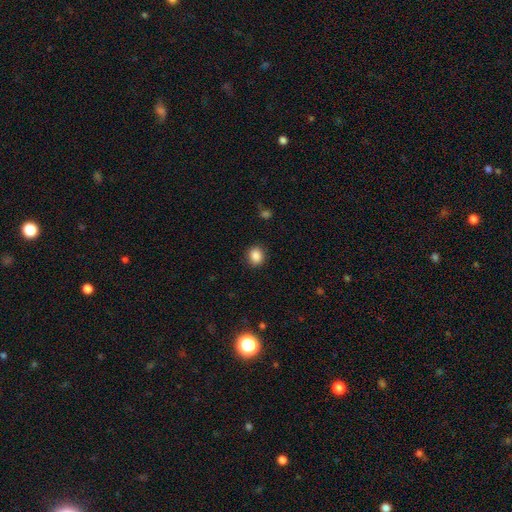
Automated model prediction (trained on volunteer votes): A smooth galaxy with no disk features (87%) that is round (71%). Merging: none (89%).